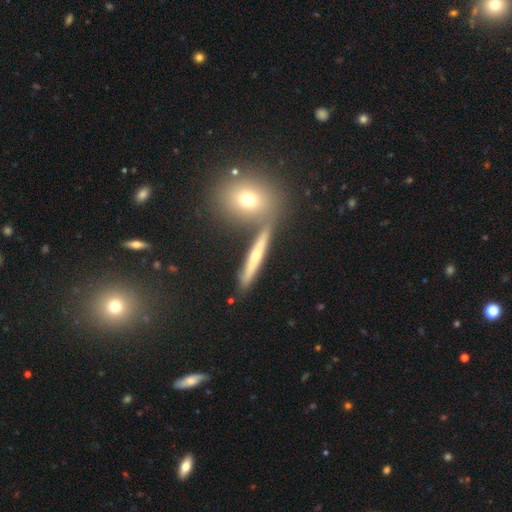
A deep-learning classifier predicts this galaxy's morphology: featured or disk 49%, smooth 42%, star or artifact 9%. Down the decision tree: merging — none (77%).